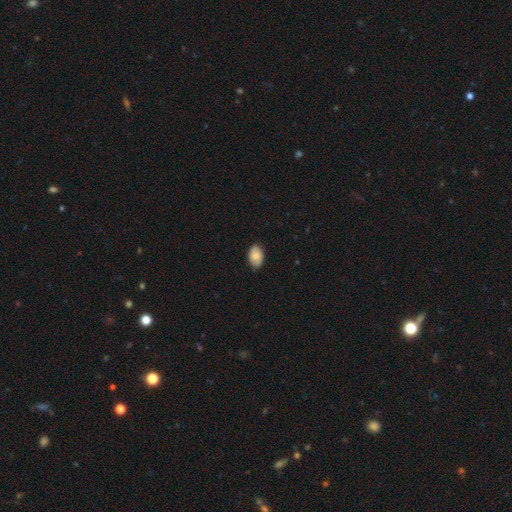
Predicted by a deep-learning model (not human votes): This is clearly a smooth galaxy (81%). How rounded: clearly in between (90%). Merging: clearly none (83%).